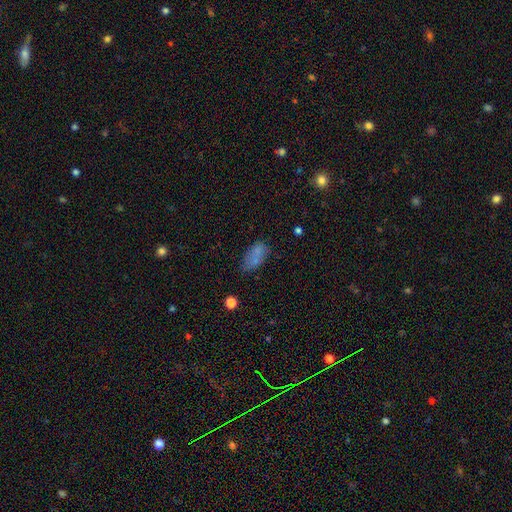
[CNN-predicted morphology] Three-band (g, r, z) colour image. It shows a smooth galaxy with no disk features (71%) that is in between round and cigar-shaped (89%). Merging: none (52%).